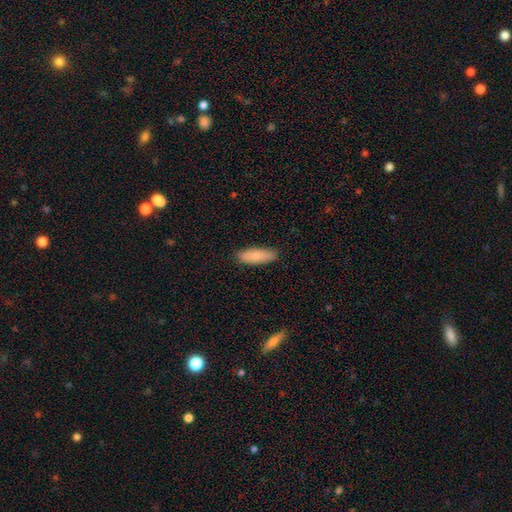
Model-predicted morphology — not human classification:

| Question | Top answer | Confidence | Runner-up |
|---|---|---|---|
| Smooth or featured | smooth | 84% | featured or disk (10%) |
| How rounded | in between | 50% | cigar-shaped (48%) |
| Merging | none | 89% | minor disturbance (8%) |